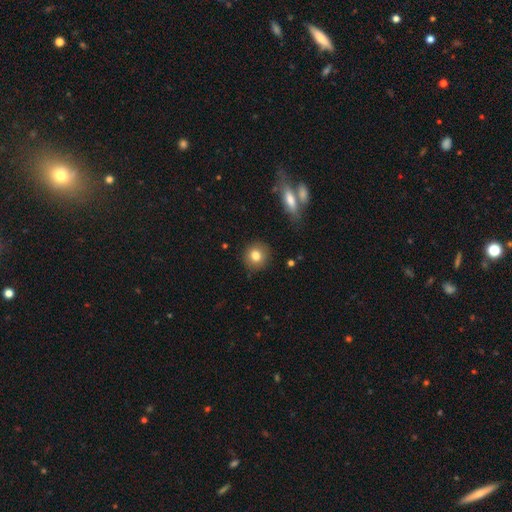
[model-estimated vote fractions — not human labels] This is clearly a smooth galaxy (80%). How rounded: clearly round (88%). Merging: clearly none (88%).